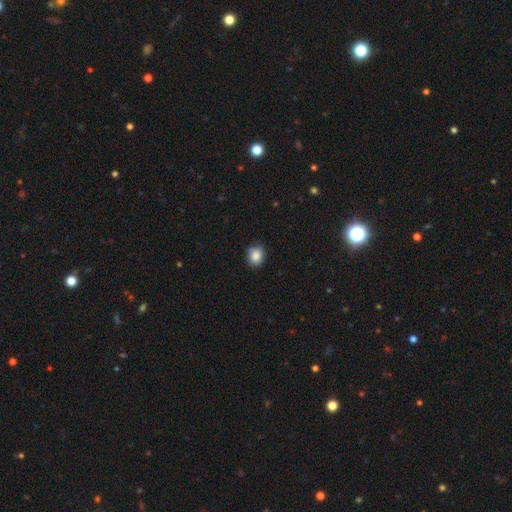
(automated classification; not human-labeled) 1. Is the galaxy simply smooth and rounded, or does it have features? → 87% smooth, 9% star or artifact, 4% featured or disk.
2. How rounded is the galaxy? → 72% round, 27% in between, 1% cigar-shaped.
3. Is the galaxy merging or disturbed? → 84% none, 13% minor disturbance, 2% major disturbance, 1% merger.